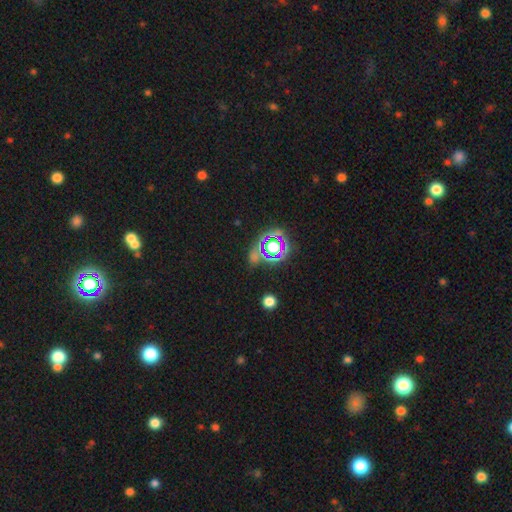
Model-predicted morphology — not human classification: type=star or artifact (72%).